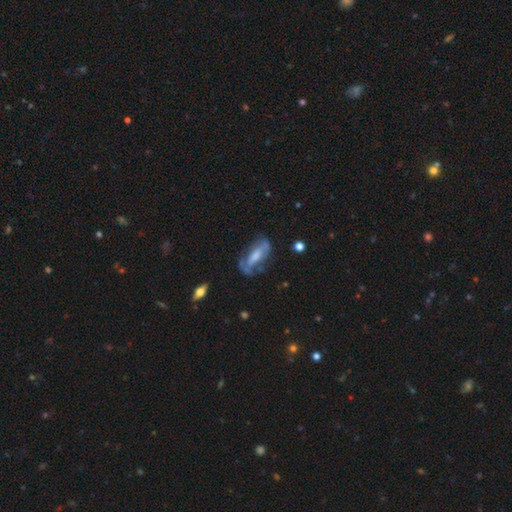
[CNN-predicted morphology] smooth-or-featured: featured or disk: 58% | smooth: 34% | star or artifact: 8%
  disk-edge-on: no: 79% | yes: 21%
  merging: none: 50% | minor disturbance: 26% | major disturbance: 20% | merger: 4%